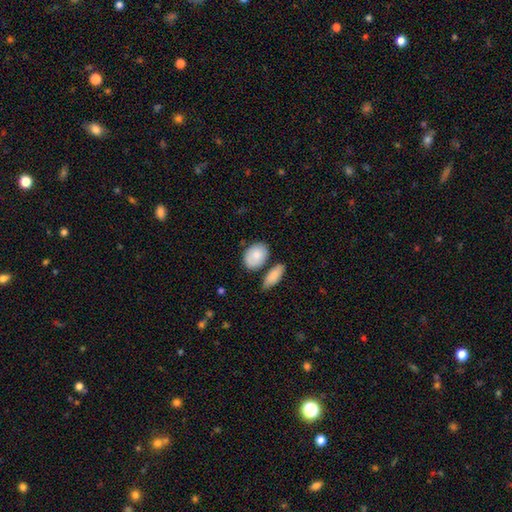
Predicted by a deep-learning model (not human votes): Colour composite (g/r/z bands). It shows a smooth galaxy with no disk features (82%) that is in between round and cigar-shaped (81%). Merging: none (64%).